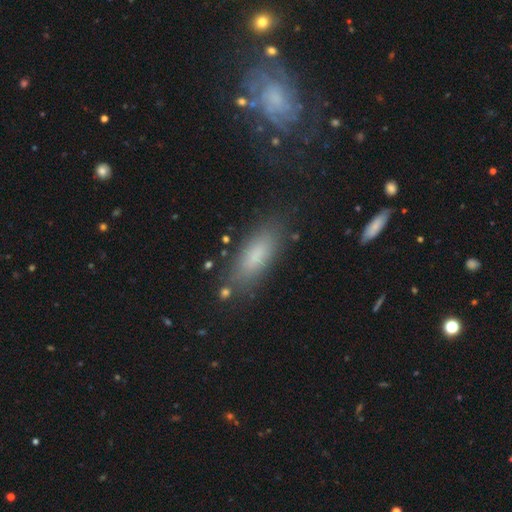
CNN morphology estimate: Smooth or featured? smooth (79%)
How rounded? in between (67%)
Merging? none (79%)